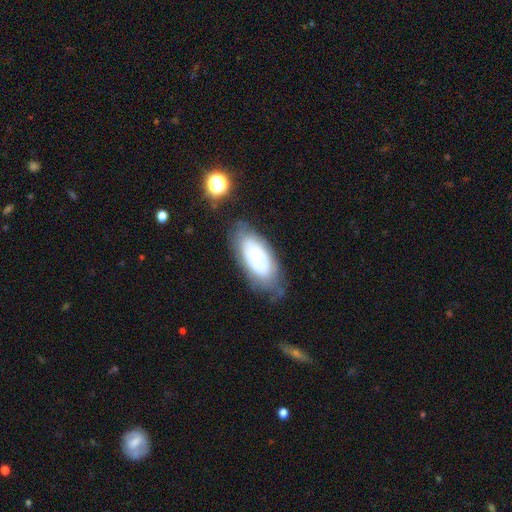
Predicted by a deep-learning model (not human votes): Morphology: type=featured or disk (62%); edge-on=no (91%); bar=no (73%); spiral arms=yes (57%); bulge=small (60%); merging=none (67%).